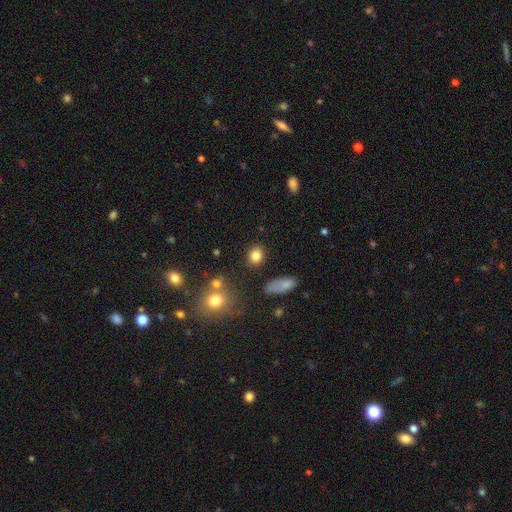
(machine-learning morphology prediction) type=smooth (83%); roundness=round (67%); merging=none (83%).